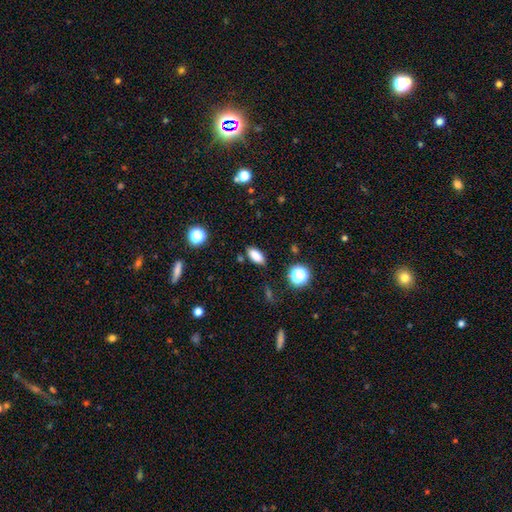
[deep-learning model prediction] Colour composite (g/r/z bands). It shows a smooth galaxy with no disk features (83%) that is in between round and cigar-shaped (84%). Merging: none (85%).